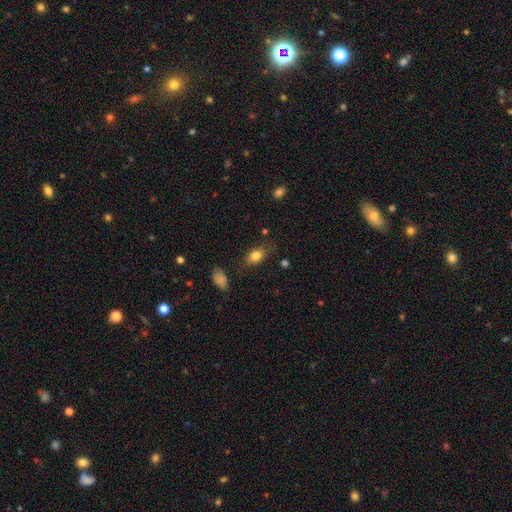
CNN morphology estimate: smooth-or-featured: smooth: 80% | featured or disk: 11% | star or artifact: 8%
  how-rounded: in between: 82% | round: 13% | cigar-shaped: 6%
  merging: none: 72% | minor disturbance: 20% | major disturbance: 6% | merger: 2%